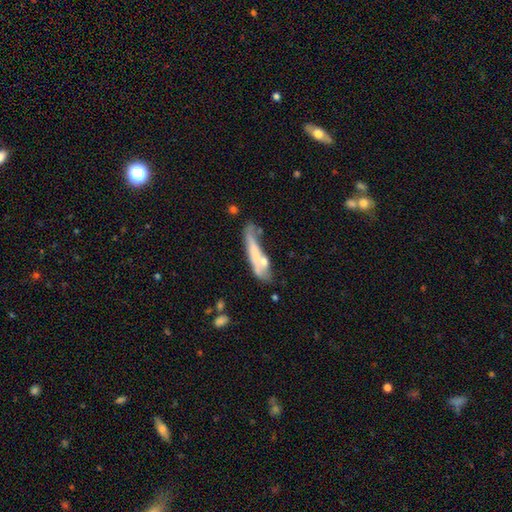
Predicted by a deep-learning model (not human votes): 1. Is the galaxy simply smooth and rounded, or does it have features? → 53% smooth, 39% featured or disk, 7% star or artifact.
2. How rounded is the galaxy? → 83% cigar-shaped, 15% in between, 2% round.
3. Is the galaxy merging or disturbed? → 41% none, 26% minor disturbance, 18% merger, 14% major disturbance.